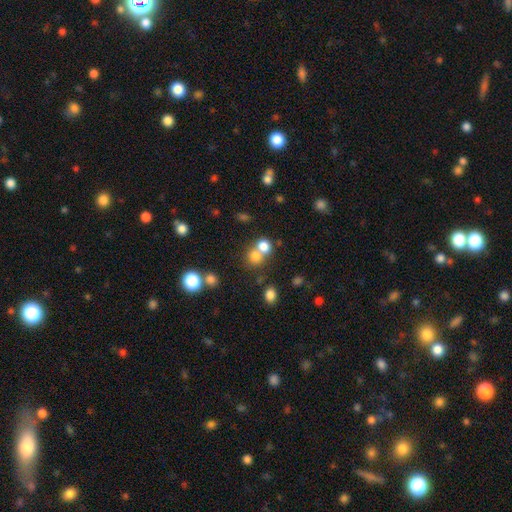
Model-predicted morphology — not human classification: Q: Smooth or featured?
A: smooth (76%); runner-up: star or artifact (15%)
Q: How rounded?
A: round (80%); runner-up: in between (19%)
Q: Merging?
A: merger (46%); runner-up: none (43%)